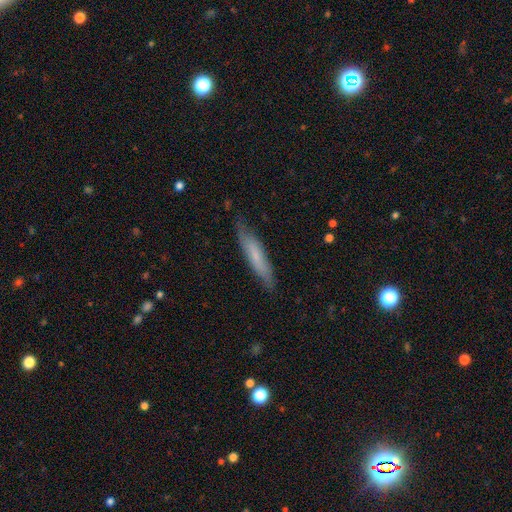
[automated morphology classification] Smooth or featured?
  - smooth: 63% *
  - featured or disk: 31%
  - star or artifact: 6%
How rounded?
  - cigar-shaped: 86% *
  - in between: 13%
  - round: 1%
Merging?
  - none: 79% *
  - minor disturbance: 16%
  - major disturbance: 3%
  - merger: 1%